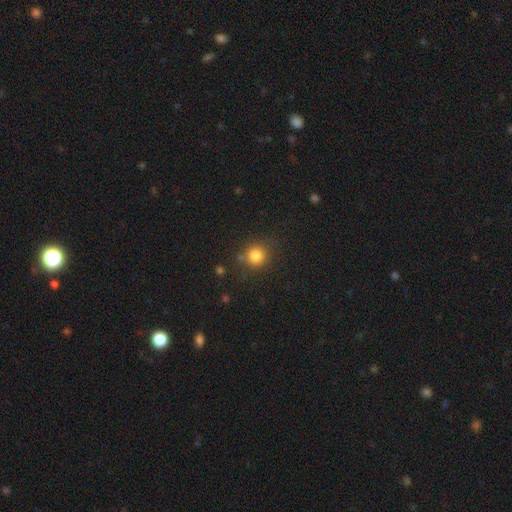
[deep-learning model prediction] Smooth or featured: smooth — 82% (star or artifact — 13%)
How rounded: round — 90% (in between — 9%)
Merging: none — 79% (minor disturbance — 11%)